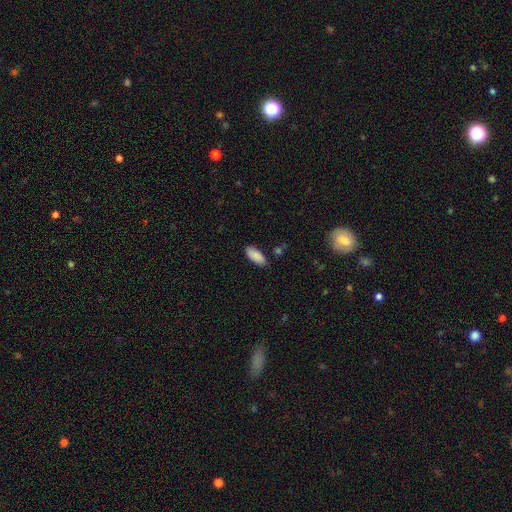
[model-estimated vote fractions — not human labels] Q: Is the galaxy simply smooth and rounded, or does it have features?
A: smooth — 89%.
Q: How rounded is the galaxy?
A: in between — 84%.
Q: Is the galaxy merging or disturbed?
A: none — 85%.